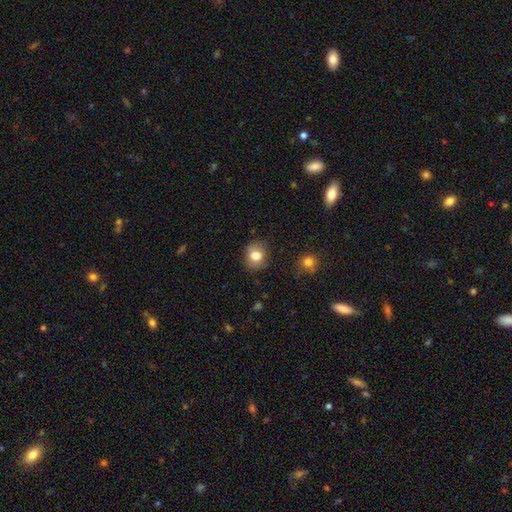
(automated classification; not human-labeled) Morphology: type=smooth (79%); roundness=round (68%); merging=none (81%).